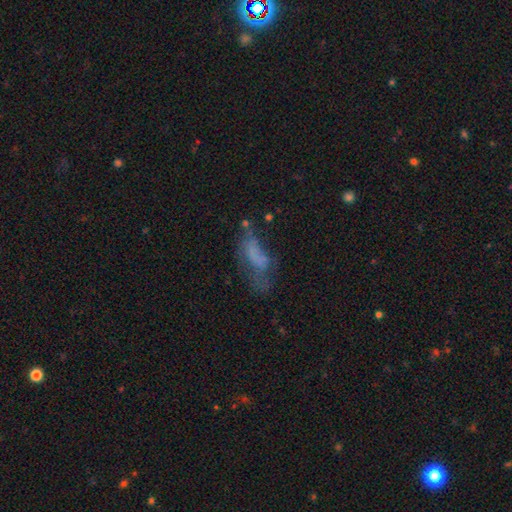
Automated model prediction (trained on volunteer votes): smooth 47%, featured or disk 36%, star or artifact 17%. Down the decision tree: merging — major disturbance (38%).